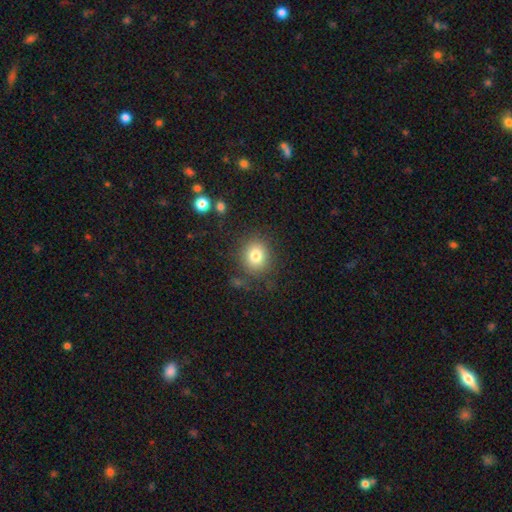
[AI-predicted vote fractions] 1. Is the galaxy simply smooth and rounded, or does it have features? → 80% smooth, 11% star or artifact, 9% featured or disk.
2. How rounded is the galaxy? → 78% round, 21% in between, 1% cigar-shaped.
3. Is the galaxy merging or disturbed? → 81% none, 11% minor disturbance, 5% major disturbance, 3% merger.